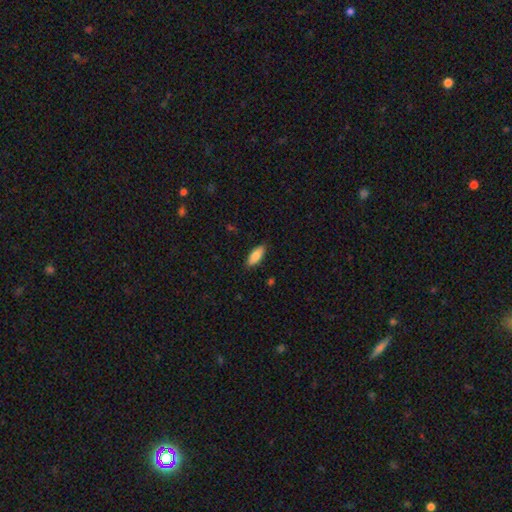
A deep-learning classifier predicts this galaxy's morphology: Overall: smooth (82%). How rounded: in between (80%). Merging: none (86%).